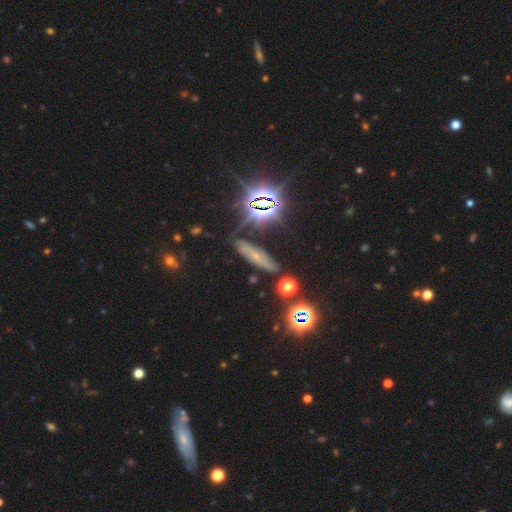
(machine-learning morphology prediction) This is marginally a star or artifact rather than a galaxy (43%).